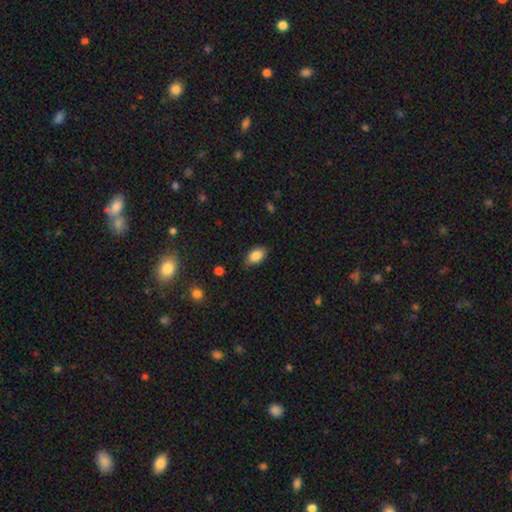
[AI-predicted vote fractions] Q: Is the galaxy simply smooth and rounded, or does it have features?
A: smooth — 87%.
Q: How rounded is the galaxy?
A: in between — 91%.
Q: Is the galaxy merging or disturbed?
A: none — 82%.